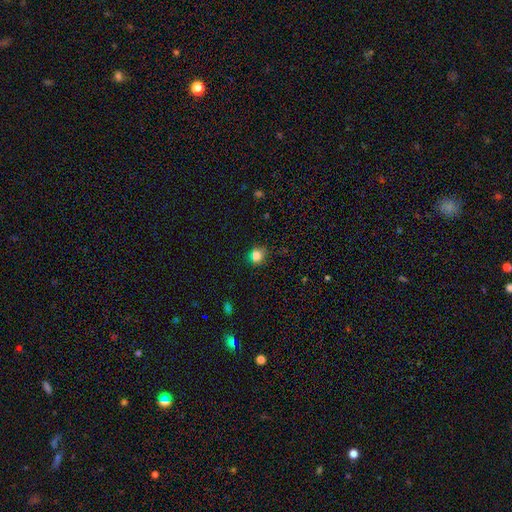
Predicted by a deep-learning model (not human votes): smooth-or-featured: smooth: 77% | star or artifact: 18% | featured or disk: 6%
  how-rounded: round: 73% | in between: 26% | cigar-shaped: 1%
  merging: none: 78% | minor disturbance: 14% | major disturbance: 4% | merger: 3%